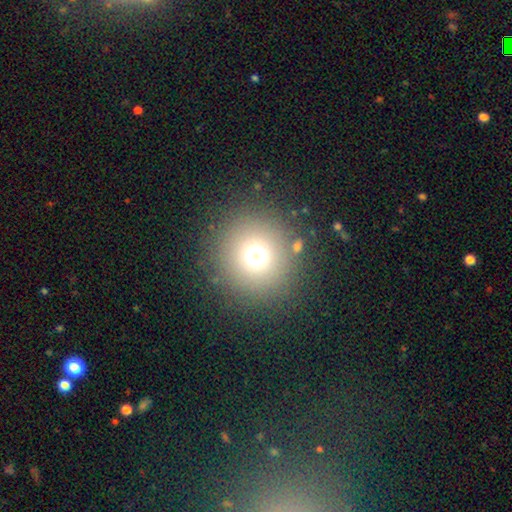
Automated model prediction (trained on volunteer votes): This appears to be a smooth galaxy with no disk features (69%) that is round (95%). Merging: none (85%).